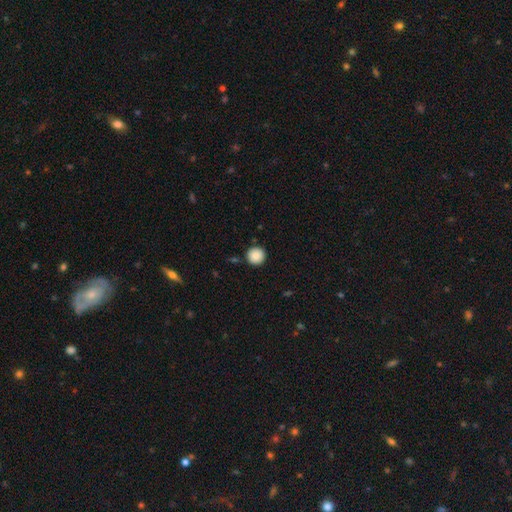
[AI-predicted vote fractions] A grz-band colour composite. It shows a smooth galaxy with no disk features (88%) that is round (95%). Merging: none (90%).